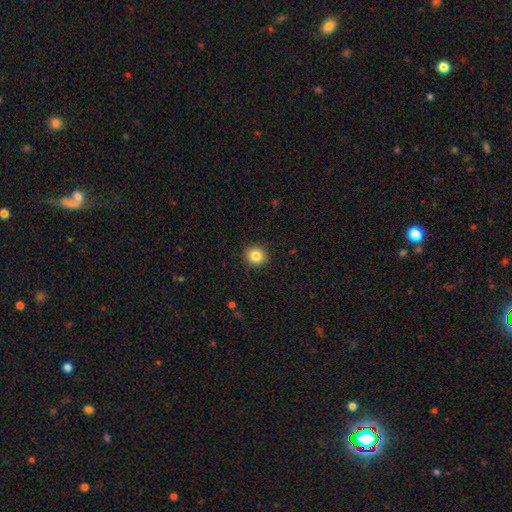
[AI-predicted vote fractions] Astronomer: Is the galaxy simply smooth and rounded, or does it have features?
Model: smooth — 84%.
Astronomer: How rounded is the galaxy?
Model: round — 90%.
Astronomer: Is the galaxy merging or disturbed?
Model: none — 92%.